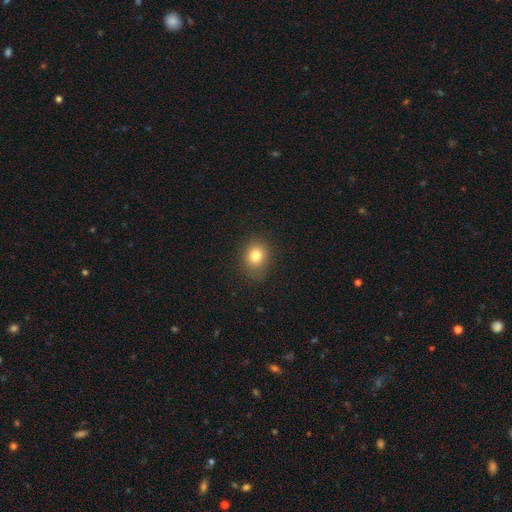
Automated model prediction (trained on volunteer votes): This appears to be a smooth galaxy with no disk features (81%) that is round (64%). Merging: none (81%).